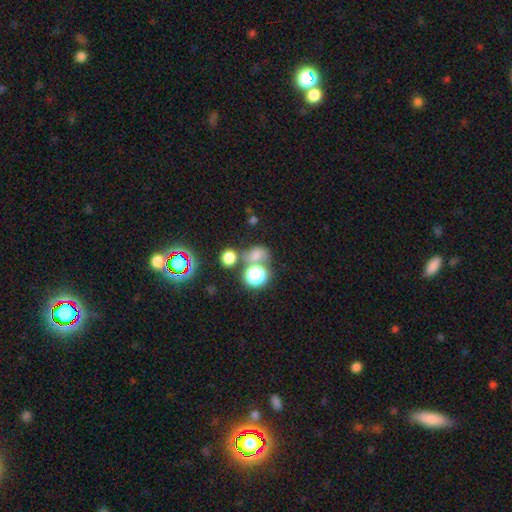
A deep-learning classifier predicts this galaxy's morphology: Overall: smooth (62%; star or artifact 26%). How rounded: round (61%; in between 37%). Merging: none (46%; merger 34%).